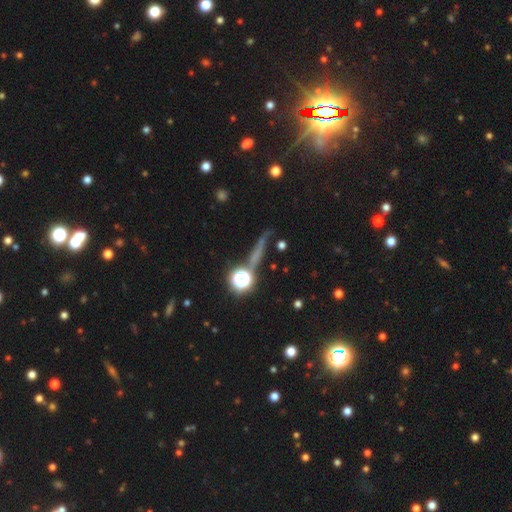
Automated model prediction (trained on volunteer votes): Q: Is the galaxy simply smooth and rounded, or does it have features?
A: star or artifact — 39%.